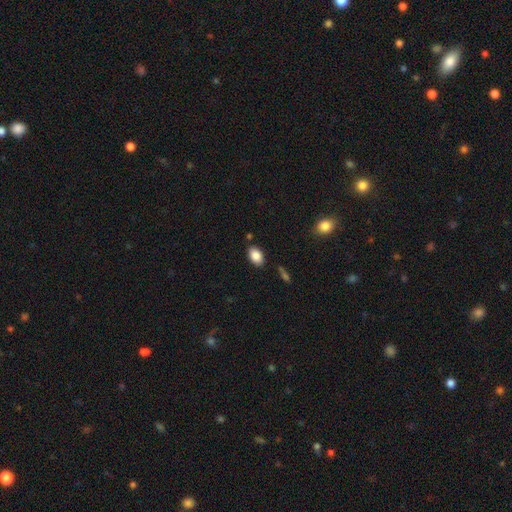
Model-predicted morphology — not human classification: Q: Smooth or featured?
A: smooth (87%); runner-up: star or artifact (8%)
Q: How rounded?
A: in between (88%); runner-up: round (11%)
Q: Merging?
A: none (84%); runner-up: minor disturbance (11%)